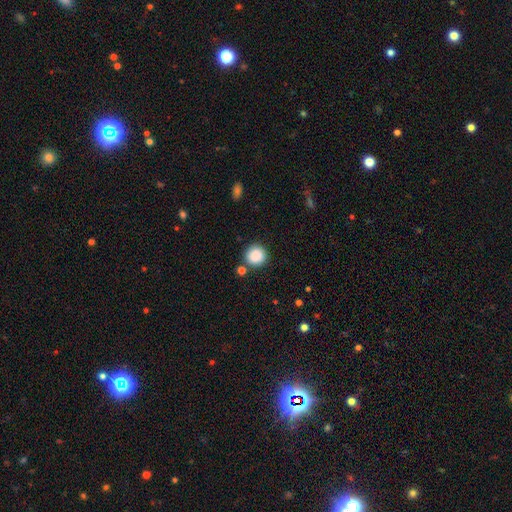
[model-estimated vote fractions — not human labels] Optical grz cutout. It shows a smooth galaxy with no disk features (88%) that is round (92%). Merging: none (82%).